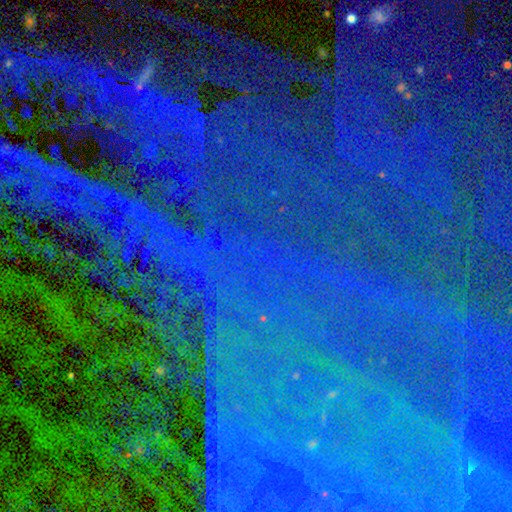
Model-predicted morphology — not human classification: A star or artifact, not a galaxy (84%).

Vote fractions:
- Smooth or featured? star or artifact: 84% / smooth: 8% / featured or disk: 8%